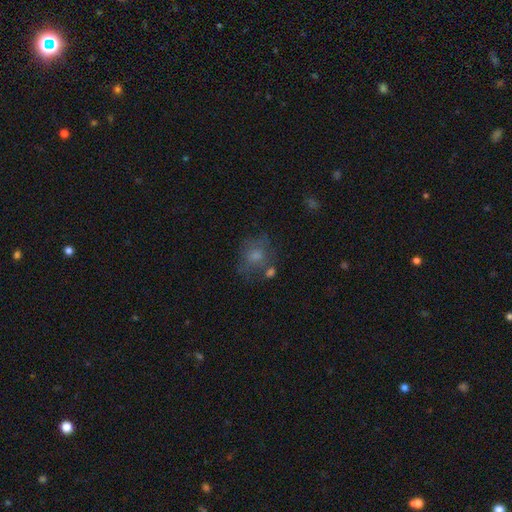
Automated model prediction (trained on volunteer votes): smooth_or_featured: smooth (p=0.59) [alt: featured or disk p=0.28]
how_rounded: round (p=0.63) [alt: in between p=0.35]
merging: none (p=0.51) [alt: minor disturbance p=0.21]